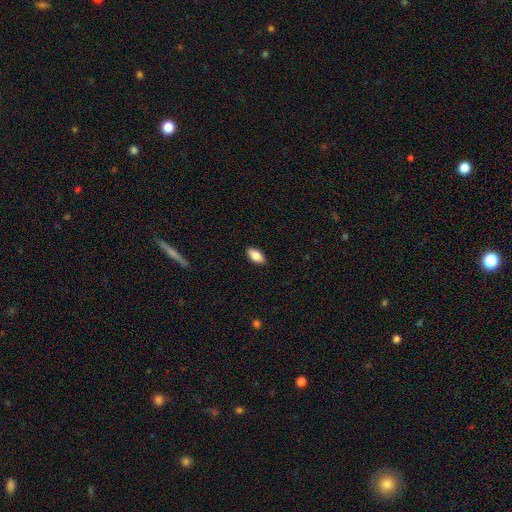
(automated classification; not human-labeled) This appears to be a smooth galaxy with no disk features (82%) that is in between round and cigar-shaped (90%). Merging: none (89%).